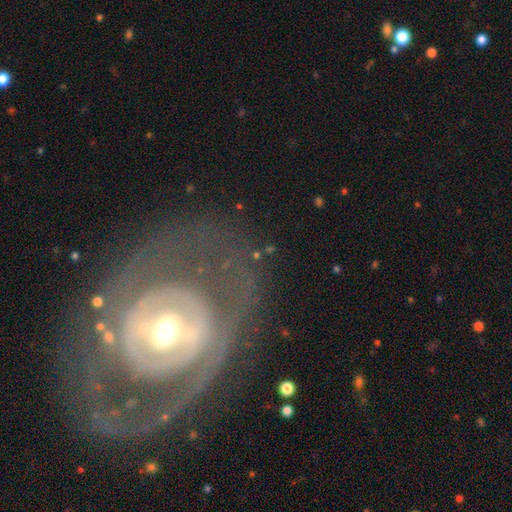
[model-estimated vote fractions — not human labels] A featured or disk galaxy (62%) with no bar (43%), spiral arms (66%) and a moderate central bulge (48%).

Vote fractions:
- Smooth or featured? featured or disk: 62% / smooth: 19% / star or artifact: 19%
- Edge-on disk? no: 90% / yes: 10%
- Bar? no: 43% / weak: 31% / strong: 26%
- Spiral arms? yes: 66% / no: 34%
- Bulge size? moderate: 48% / small: 34% / large: 8% / none: 6% / dominant: 4%
- Merging? none: 61% / major disturbance: 17% / minor disturbance: 16% / merger: 7%